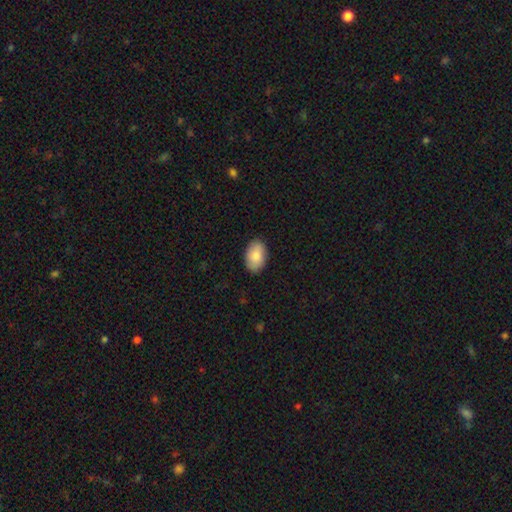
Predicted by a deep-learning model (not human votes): Smooth or featured? Predicted: smooth (p=0.86). How rounded? Predicted: in between (p=0.91). Merging? Predicted: none (p=0.87).